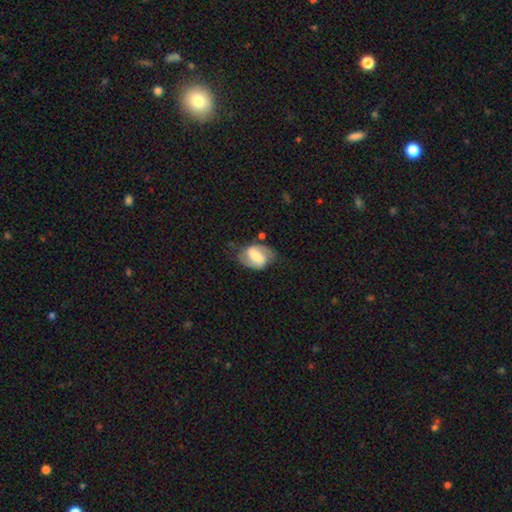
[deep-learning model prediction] A featured or disk galaxy (65%) with a strong bar (53%), spiral arms (80%) and a moderate central bulge (48%).

Vote fractions:
- Smooth or featured? featured or disk: 65% / smooth: 29% / star or artifact: 7%
- Edge-on disk? no: 96% / yes: 4%
- Bar? strong: 53% / weak: 33% / no: 14%
- Spiral arms? yes: 80% / no: 20%
- Bulge size? moderate: 48% / small: 32% / large: 13% / none: 5% / dominant: 2%
- Merging? none: 65% / minor disturbance: 22% / major disturbance: 10% / merger: 3%